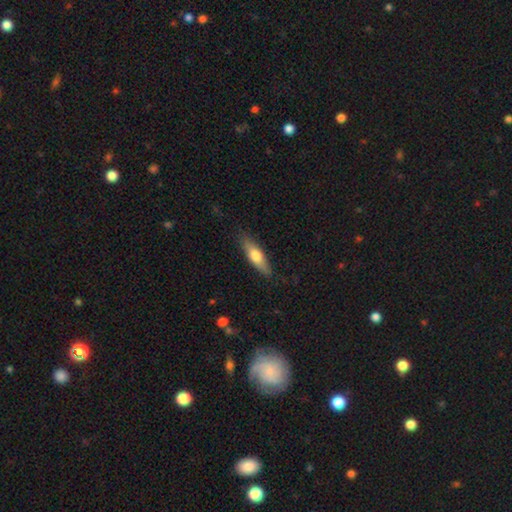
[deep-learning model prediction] smooth-or-featured: smooth: 62% | featured or disk: 33% | star or artifact: 6%
  how-rounded: cigar-shaped: 58% | in between: 40% | round: 2%
  merging: none: 85% | minor disturbance: 12% | major disturbance: 2% | merger: 1%